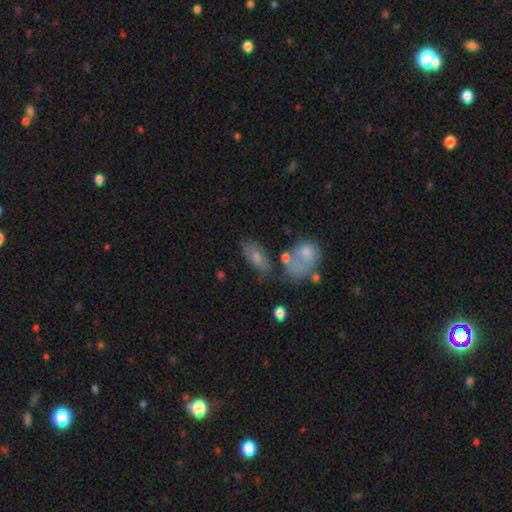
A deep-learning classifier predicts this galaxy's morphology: A smooth galaxy with no disk features (63%) that is in between round and cigar-shaped (82%). Merging: none (53%).